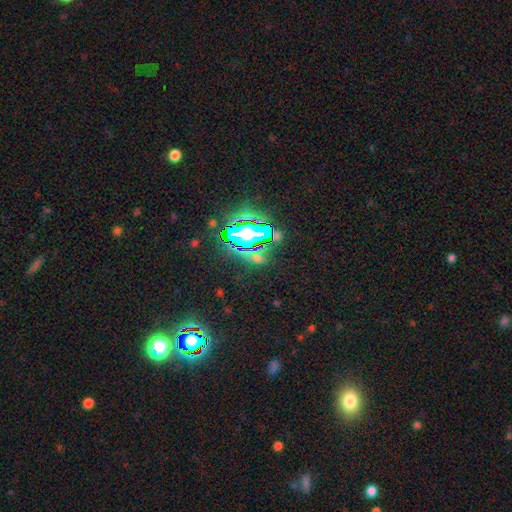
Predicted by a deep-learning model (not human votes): Smooth or featured? Predicted: star or artifact (p=0.70).